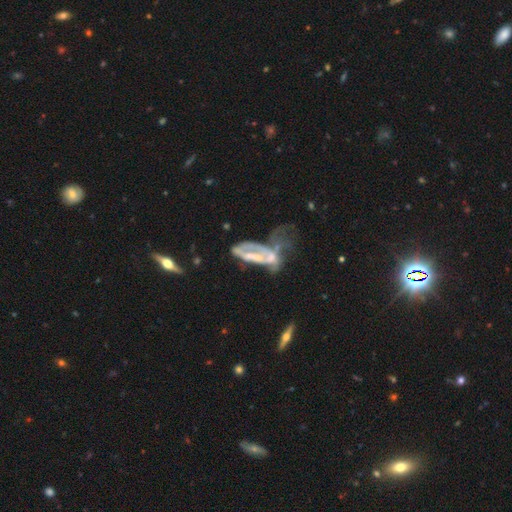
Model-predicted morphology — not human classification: Smooth or featured?
  - featured or disk: 67% *
  - smooth: 22%
  - star or artifact: 12%
Edge-on disk?
  - no: 81% *
  - yes: 19%
Bar?
  - no: 64% *
  - weak: 20%
  - strong: 15%
Spiral arms?
  - no: 64% *
  - yes: 36%
Bulge size?
  - none: 37% *
  - small: 30%
  - moderate: 25%
  - large: 6%
  - dominant: 2%
Merging?
  - merger: 42% *
  - major disturbance: 35%
  - none: 13%
  - minor disturbance: 11%